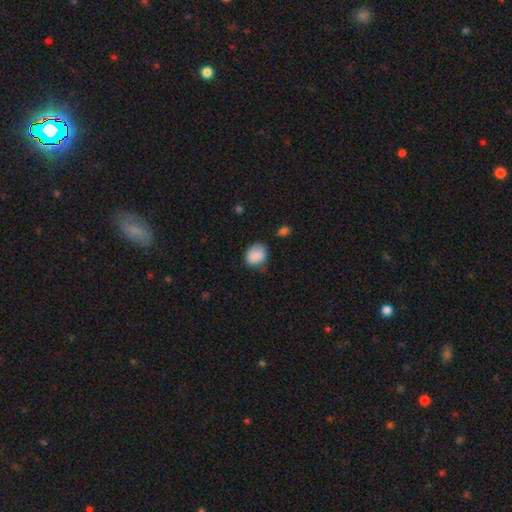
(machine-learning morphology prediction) type=smooth (84%); roundness=in between (56%); merging=none (55%).